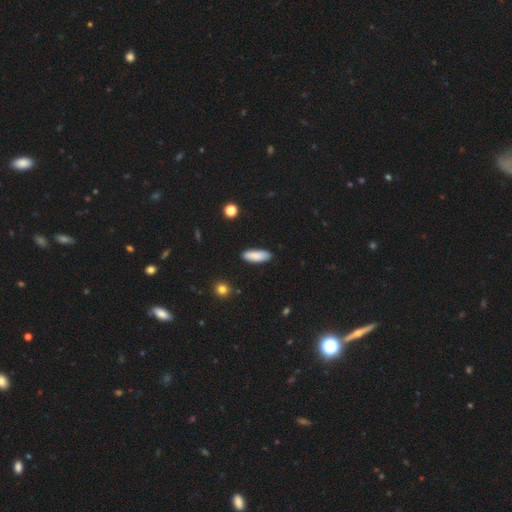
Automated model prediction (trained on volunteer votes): Smooth or featured?
  - smooth: 87% *
  - featured or disk: 7%
  - star or artifact: 6%
How rounded?
  - in between: 63% *
  - cigar-shaped: 36%
  - round: 2%
Merging?
  - none: 87% *
  - minor disturbance: 10%
  - major disturbance: 2%
  - merger: 1%